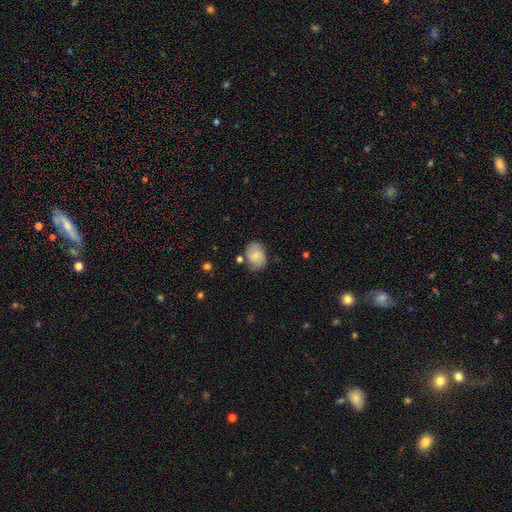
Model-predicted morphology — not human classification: This appears to be a smooth galaxy with no disk features (58%) that is in between round and cigar-shaped (68%). Merging: none (71%).